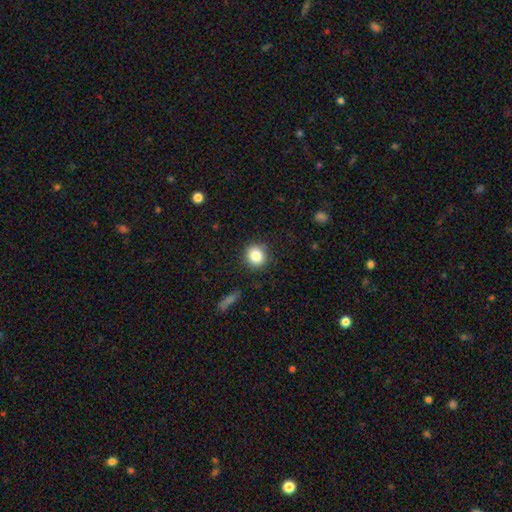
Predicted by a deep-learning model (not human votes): A smooth galaxy with no disk features (83%) that is round (82%). Merging: none (89%).